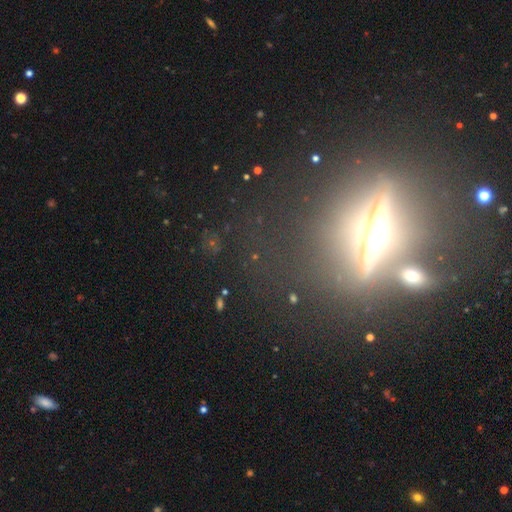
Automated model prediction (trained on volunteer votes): Q: Smooth or featured?
A: featured or disk (62%); runner-up: star or artifact (26%)
Q: Edge-on disk?
A: yes (88%); runner-up: no (12%)
Q: Edge-on bulge?
A: rounded (87%); runner-up: boxy (8%)
Q: Merging?
A: none (75%); runner-up: minor disturbance (12%)